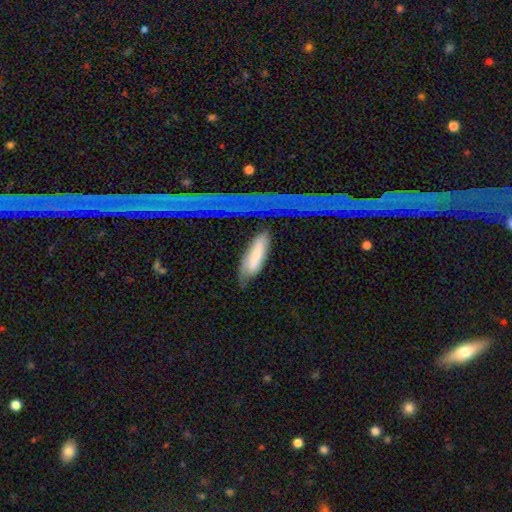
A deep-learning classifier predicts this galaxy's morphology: This is possibly a smooth galaxy (55%). How rounded: possibly cigar-shaped (56%). Merging: likely none (61%).